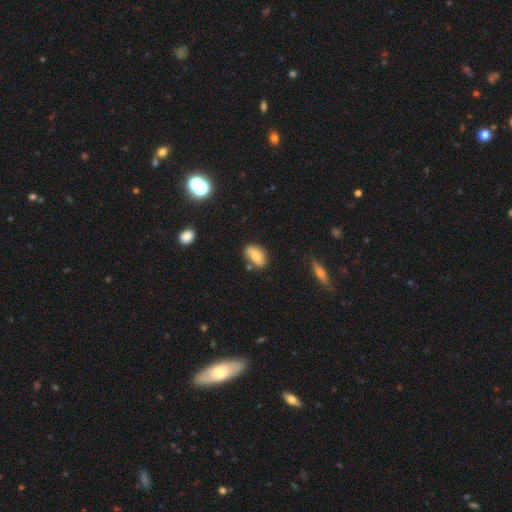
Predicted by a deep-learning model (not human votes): A smooth galaxy with no disk features (66%) that is in between round and cigar-shaped (89%). Merging: none (67%).